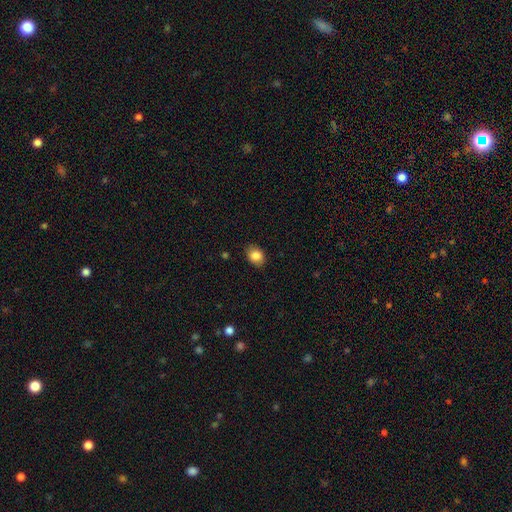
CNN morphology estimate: Smooth or featured?
  - smooth: 85% *
  - star or artifact: 9%
  - featured or disk: 6%
How rounded?
  - in between: 62% *
  - round: 37%
  - cigar-shaped: 1%
Merging?
  - none: 84% *
  - minor disturbance: 13%
  - major disturbance: 3%
  - merger: 1%